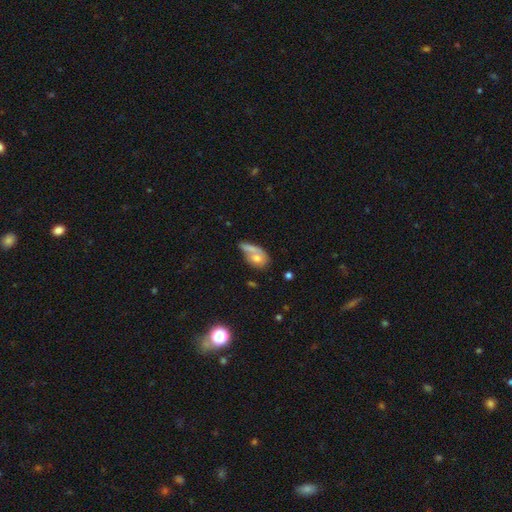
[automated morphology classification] Smooth or featured? smooth (63%)
How rounded? in between (70%)
Merging? merger (40%)